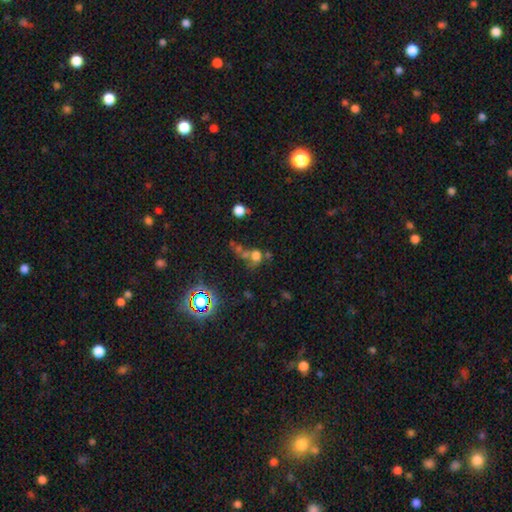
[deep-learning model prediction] This appears to be a smooth galaxy with no disk features (54%) that is round (63%). Merging: merger (38%).